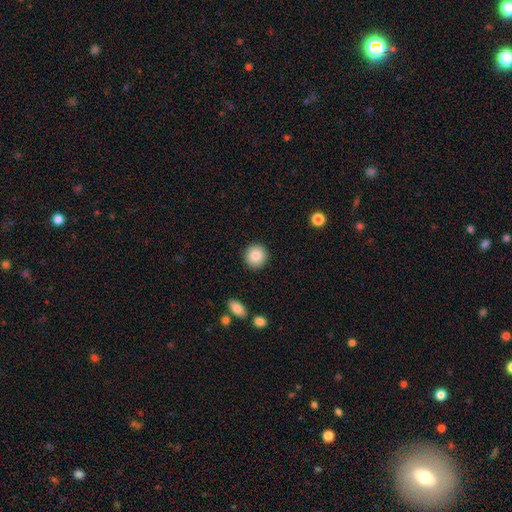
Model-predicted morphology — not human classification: This is clearly a smooth galaxy (86%). How rounded: clearly round (93%). Merging: clearly none (92%).